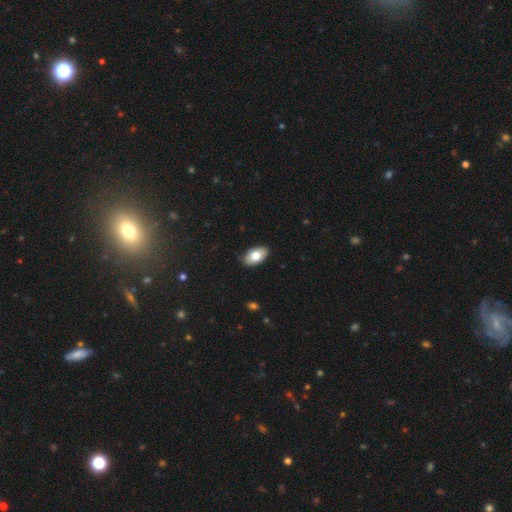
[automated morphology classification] type=smooth (76%); roundness=in between (94%); merging=none (88%).